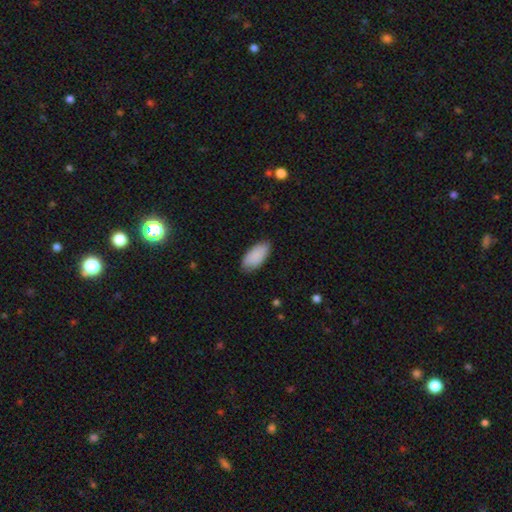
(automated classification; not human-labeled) A smooth galaxy with no disk features (89%) that is in between round and cigar-shaped (92%).

Vote fractions:
- Smooth or featured? smooth: 89% / star or artifact: 6% / featured or disk: 5%
- How rounded? in between: 92% / cigar-shaped: 6% / round: 2%
- Merging? none: 82% / minor disturbance: 15% / major disturbance: 2% / merger: 1%